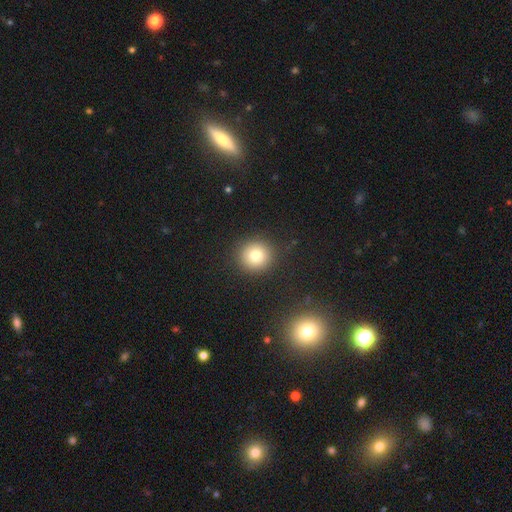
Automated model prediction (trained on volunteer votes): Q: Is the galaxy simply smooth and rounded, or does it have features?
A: smooth — 77%.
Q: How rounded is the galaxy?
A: round — 92%.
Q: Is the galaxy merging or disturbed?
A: none — 90%.